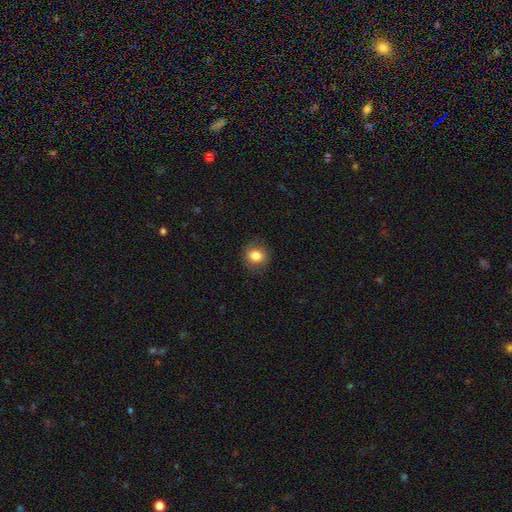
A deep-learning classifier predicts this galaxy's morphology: Overall: smooth (82%). How rounded: round (73%). Merging: none (85%).